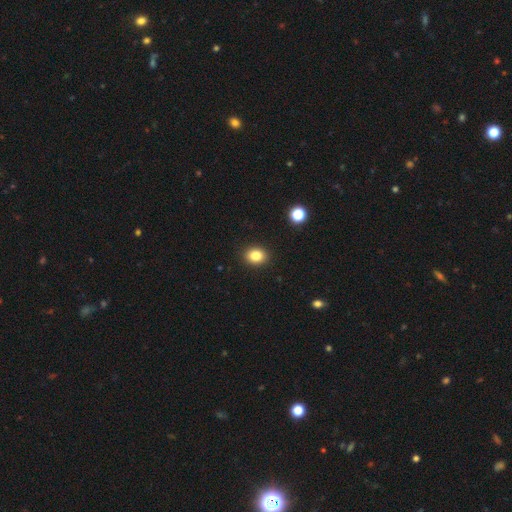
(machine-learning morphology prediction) Q: Smooth or featured?
A: smooth (85%); runner-up: star or artifact (10%)
Q: How rounded?
A: in between (52%); runner-up: round (47%)
Q: Merging?
A: none (91%); runner-up: minor disturbance (6%)